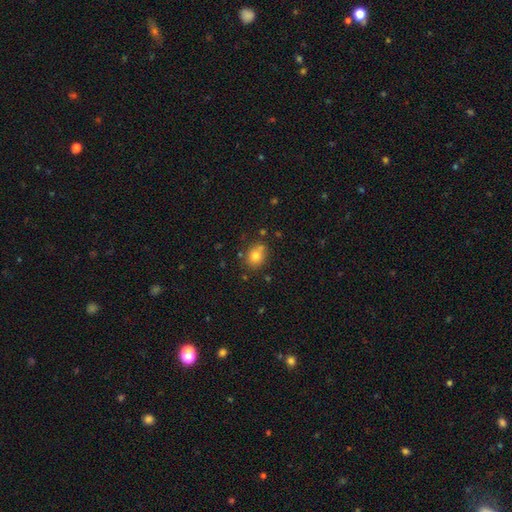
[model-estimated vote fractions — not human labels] Overall: smooth (77%). How rounded: round (59%; in between 40%). Merging: none (64%).